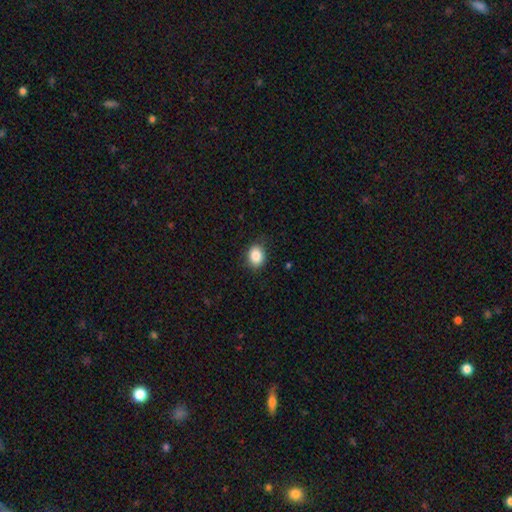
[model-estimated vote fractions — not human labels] This appears to be a smooth galaxy with no disk features (86%) that is in between round and cigar-shaped (51%). Merging: none (85%).